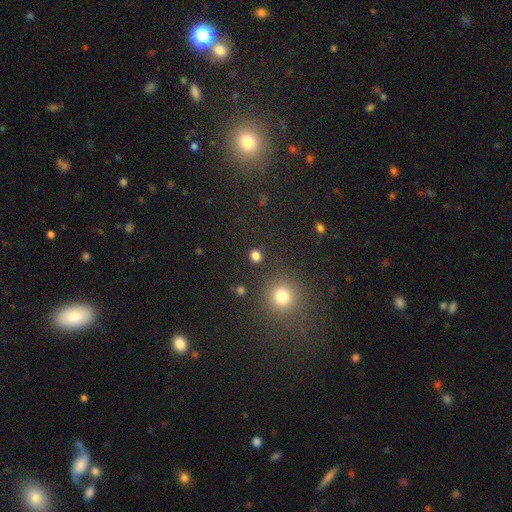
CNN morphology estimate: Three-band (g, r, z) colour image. It shows a smooth galaxy with no disk features (79%) that is round (80%). Merging: none (87%).